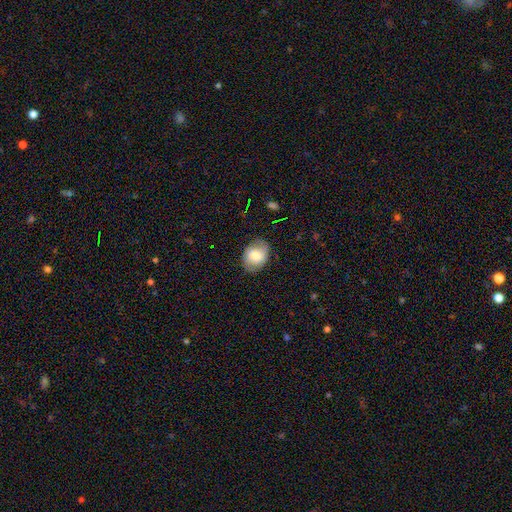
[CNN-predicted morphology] type=smooth (62%); roundness=in between (61%); merging=none (76%).